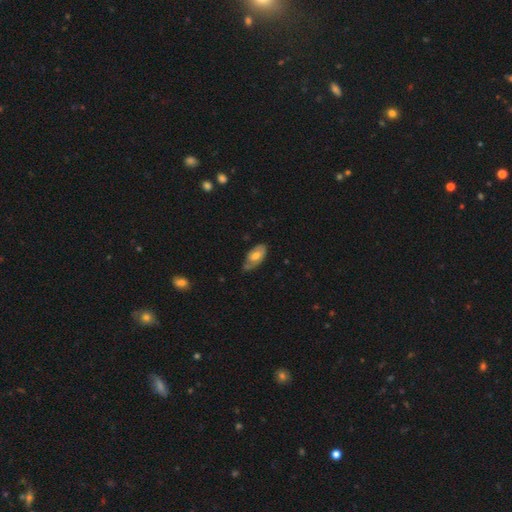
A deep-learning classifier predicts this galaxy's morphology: A smooth galaxy with no disk features (50%) that is in between round and cigar-shaped (91%).

Vote fractions:
- Smooth or featured? smooth: 50% / featured or disk: 44% / star or artifact: 6%
- How rounded? in between: 91% / cigar-shaped: 5% / round: 4%
- Merging? none: 50% / minor disturbance: 37% / major disturbance: 10% / merger: 2%